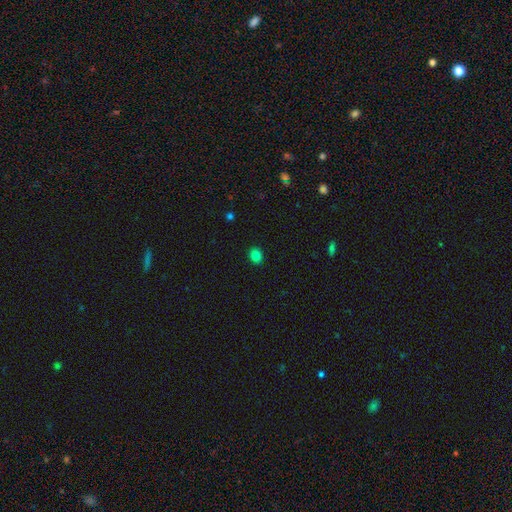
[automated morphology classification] This is clearly a smooth galaxy (83%). How rounded: possibly round (58%). Merging: clearly none (90%).